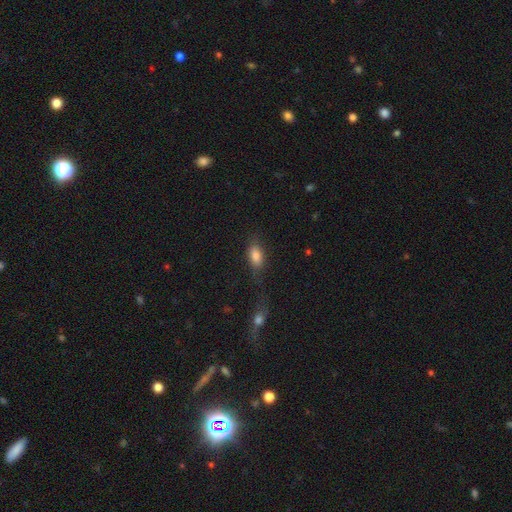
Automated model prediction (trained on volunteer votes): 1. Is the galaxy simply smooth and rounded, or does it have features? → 81% smooth, 10% featured or disk, 9% star or artifact.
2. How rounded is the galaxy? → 87% in between, 8% cigar-shaped, 6% round.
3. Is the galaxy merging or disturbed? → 62% none, 17% minor disturbance, 12% major disturbance, 9% merger.